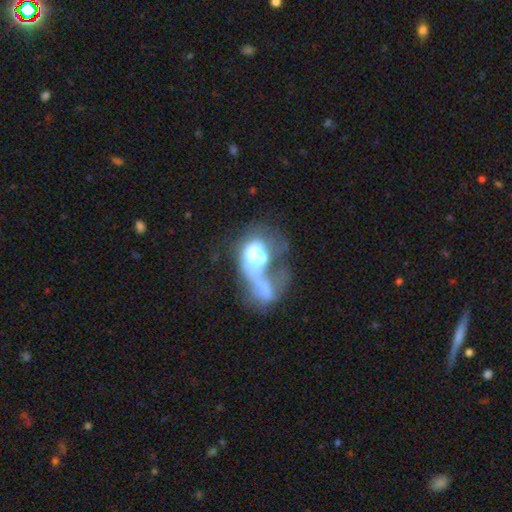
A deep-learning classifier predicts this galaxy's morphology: The model was most divided on "merging": major disturbance: 44%, merger: 40%, none: 9%, minor disturbance: 7%. Remaining: smooth or featured — featured or disk (48%).